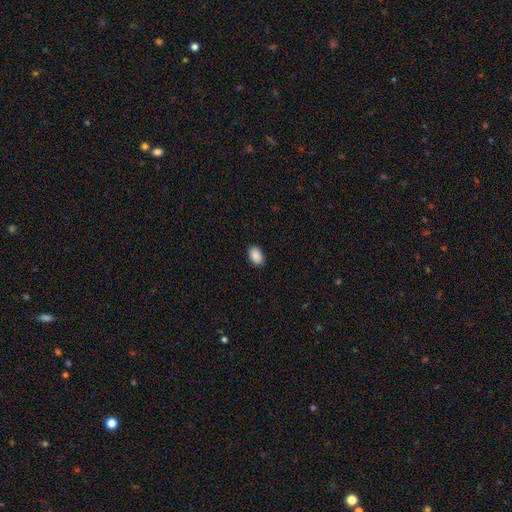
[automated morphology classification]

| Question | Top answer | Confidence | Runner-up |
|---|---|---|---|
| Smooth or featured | smooth | 90% | star or artifact (7%) |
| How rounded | in between | 88% | round (11%) |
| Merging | none | 88% | minor disturbance (9%) |